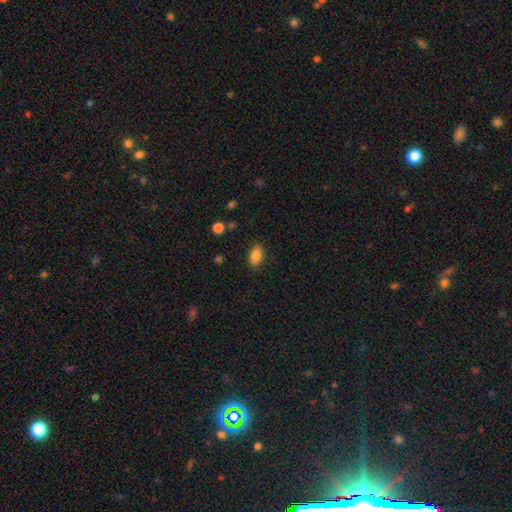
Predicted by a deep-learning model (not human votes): smooth_or_featured: smooth (p=0.86) [alt: star or artifact p=0.08]
how_rounded: in between (p=0.90) [alt: round p=0.07]
merging: none (p=0.86) [alt: minor disturbance p=0.10]